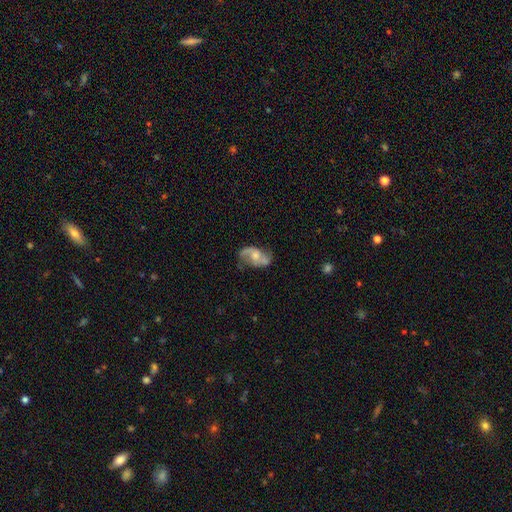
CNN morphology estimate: smooth_or_featured: featured or disk (p=0.77) [alt: smooth p=0.17]
disk_edge_on: no (p=0.97) [alt: yes p=0.03]
bar: no (p=0.60) [alt: weak p=0.33]
has_spiral_arms: yes (p=0.90) [alt: no p=0.10]
spiral_winding: loose (p=0.53) [alt: medium p=0.37]
spiral_arm_count: 2 (p=0.88) [alt: can't tell p=0.05]
bulge_size: moderate (p=0.53) [alt: small p=0.30]
merging: none (p=0.60) [alt: minor disturbance p=0.22]